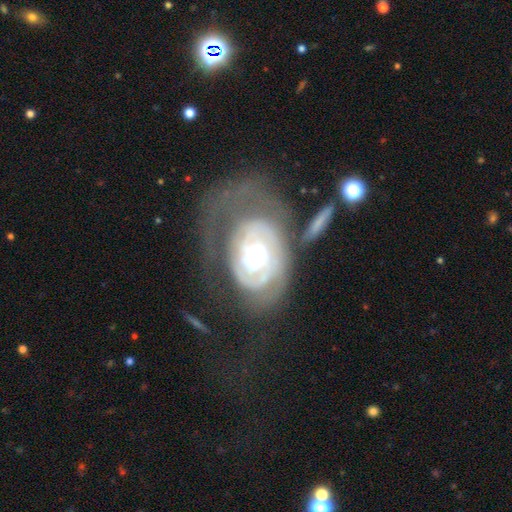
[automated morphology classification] Smooth or featured?
  - featured or disk: 84% *
  - smooth: 11%
  - star or artifact: 5%
Edge-on disk?
  - no: 96% *
  - yes: 4%
Bar?
  - no: 64% *
  - weak: 26%
  - strong: 9%
Spiral arms?
  - yes: 84% *
  - no: 16%
Spiral winding?
  - tight: 67% *
  - medium: 23%
  - loose: 10%
Spiral arm count?
  - can't tell: 35% *
  - 2: 33%
  - 1: 19%
  - 3: 7%
  - 4: 3%
  - more than 4: 3%
Bulge size?
  - moderate: 66% *
  - large: 20%
  - small: 11%
  - dominant: 2%
  - none: 1%
Merging?
  - major disturbance: 42% *
  - none: 31%
  - minor disturbance: 19%
  - merger: 8%